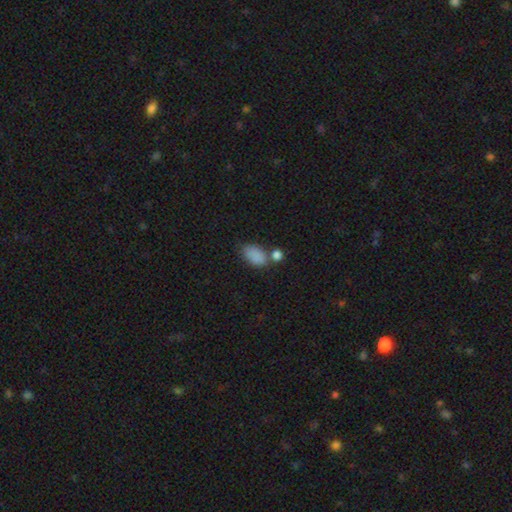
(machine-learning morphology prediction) smooth 84%, star or artifact 10%, featured or disk 6%. Down the decision tree: how rounded — in between (89%); merging — none (49%).